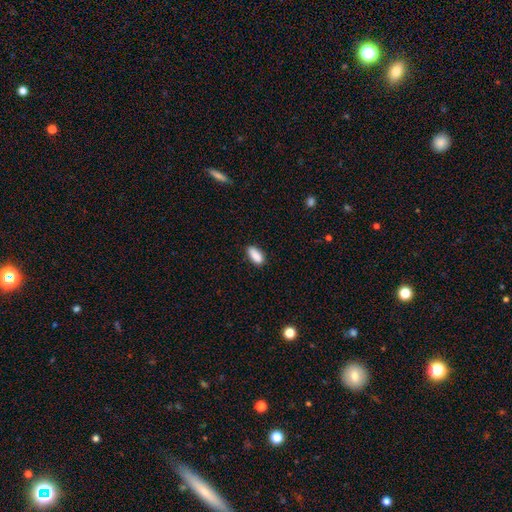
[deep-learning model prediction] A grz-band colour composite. It shows a smooth galaxy with no disk features (89%) that is in between round and cigar-shaped (88%). Merging: none (79%).